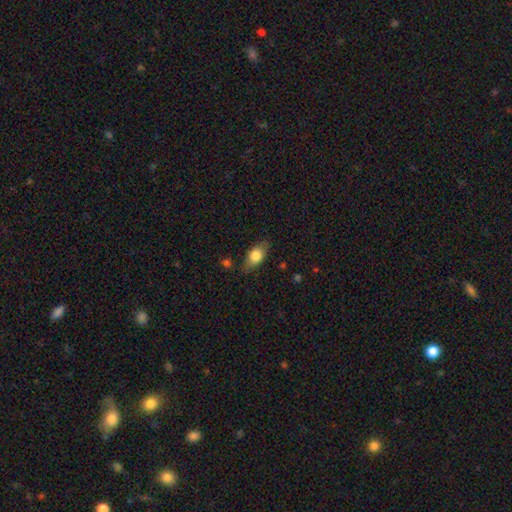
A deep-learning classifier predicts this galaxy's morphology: smooth-or-featured: smooth: 71% | featured or disk: 22% | star or artifact: 7%
  how-rounded: in between: 80% | cigar-shaped: 10% | round: 9%
  merging: none: 77% | minor disturbance: 17% | major disturbance: 5% | merger: 2%